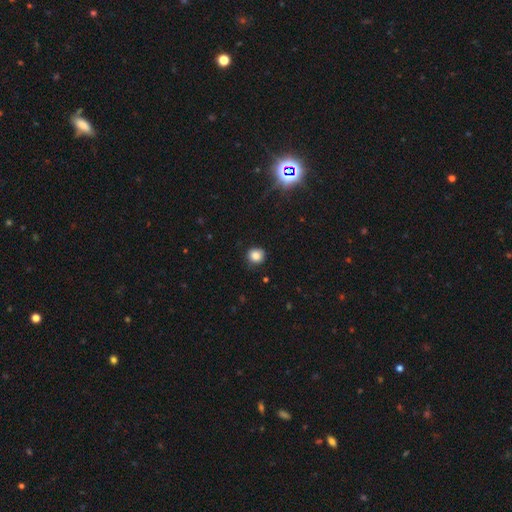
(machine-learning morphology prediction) type=smooth (82%); roundness=round (88%); merging=none (83%).